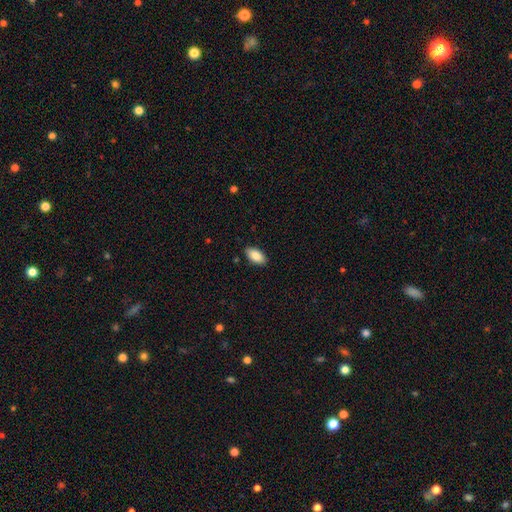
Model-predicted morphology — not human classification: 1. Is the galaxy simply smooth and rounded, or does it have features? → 87% smooth, 7% star or artifact, 7% featured or disk.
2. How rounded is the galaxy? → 94% in between, 4% cigar-shaped, 2% round.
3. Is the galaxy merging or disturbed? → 88% none, 9% minor disturbance, 2% major disturbance, 1% merger.